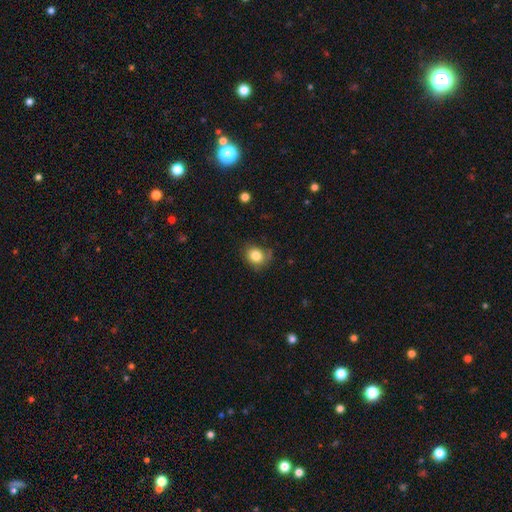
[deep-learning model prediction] smooth-or-featured: smooth: 82% | star or artifact: 10% | featured or disk: 8%
  how-rounded: round: 69% | in between: 30% | cigar-shaped: 1%
  merging: none: 69% | minor disturbance: 22% | major disturbance: 6% | merger: 2%